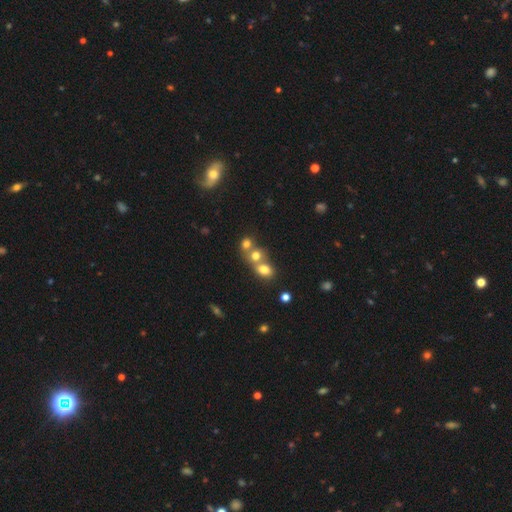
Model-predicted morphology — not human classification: Smooth or featured: smooth — 71% (star or artifact — 14%)
How rounded: round — 62% (in between — 37%)
Merging: merger — 58% (none — 32%)